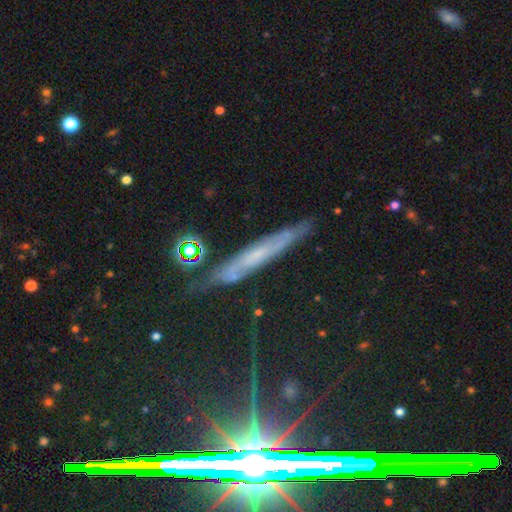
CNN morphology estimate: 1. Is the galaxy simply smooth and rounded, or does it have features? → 56% featured or disk, 27% smooth, 18% star or artifact.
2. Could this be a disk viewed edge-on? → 80% yes, 20% no.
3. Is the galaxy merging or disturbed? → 77% none, 17% minor disturbance, 3% major disturbance, 2% merger.